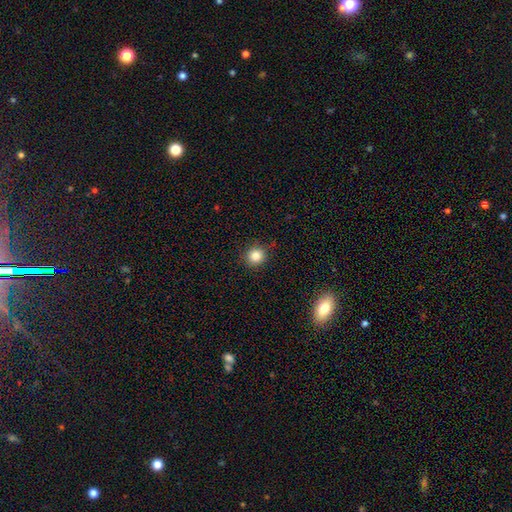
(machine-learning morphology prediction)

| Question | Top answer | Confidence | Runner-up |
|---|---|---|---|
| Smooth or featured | smooth | 83% | star or artifact (11%) |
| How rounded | round | 91% | in between (8%) |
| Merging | none | 88% | minor disturbance (8%) |